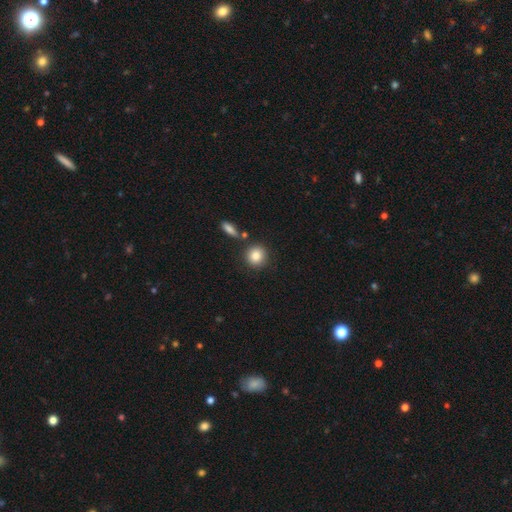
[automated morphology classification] A smooth galaxy with no disk features (85%) that is round (87%). Merging: none (81%).